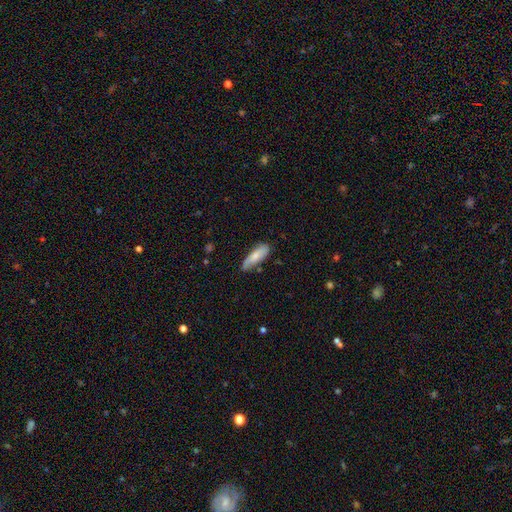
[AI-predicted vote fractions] Q: Smooth or featured?
A: smooth (72%); runner-up: featured or disk (22%)
Q: How rounded?
A: in between (57%); runner-up: cigar-shaped (41%)
Q: Merging?
A: none (65%); runner-up: minor disturbance (27%)